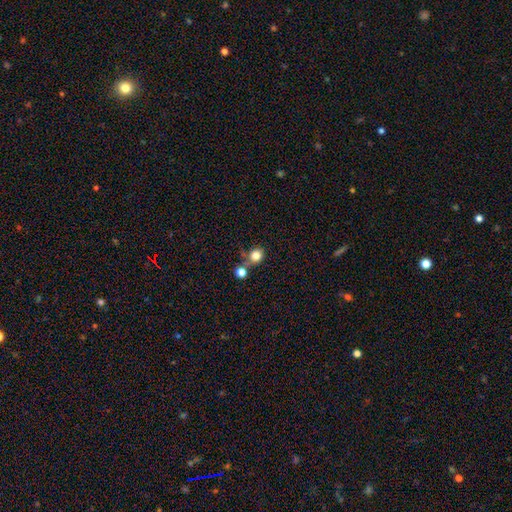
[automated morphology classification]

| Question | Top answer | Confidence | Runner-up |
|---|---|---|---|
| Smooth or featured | smooth | 81% | star or artifact (12%) |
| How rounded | round | 82% | in between (17%) |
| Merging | none | 59% | merger (23%) |